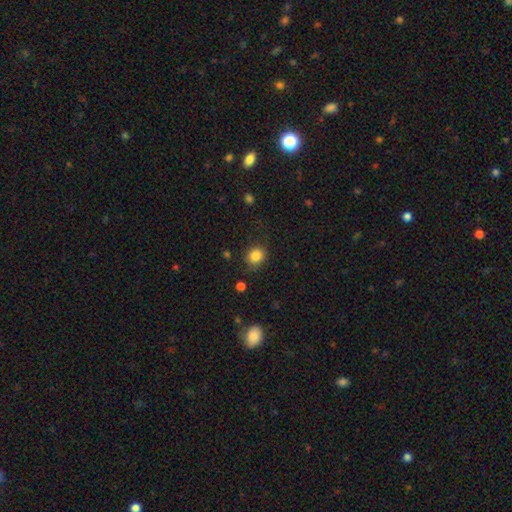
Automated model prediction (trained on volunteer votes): smooth_or_featured: smooth (p=0.85) [alt: star or artifact p=0.11]
how_rounded: round (p=0.71) [alt: in between p=0.28]
merging: none (p=0.81) [alt: minor disturbance p=0.13]